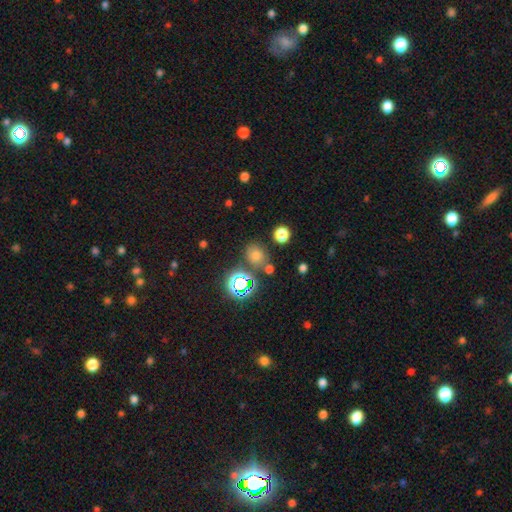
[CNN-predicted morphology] Smooth or featured: smooth — 58% (star or artifact — 34%)
How rounded: round — 71% (in between — 28%)
Merging: none — 77% (minor disturbance — 10%)